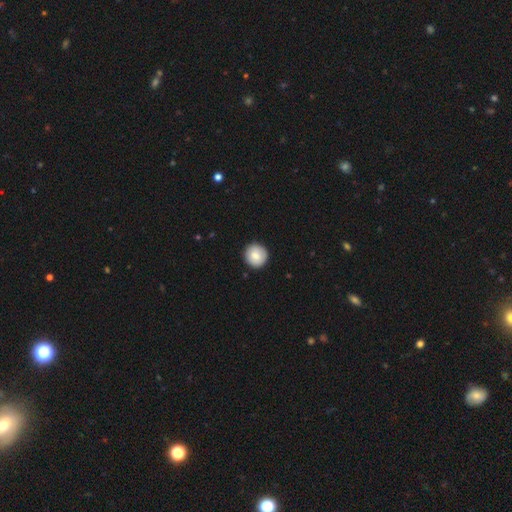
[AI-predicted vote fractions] A smooth galaxy with no disk features (82%) that is round (95%). Merging: none (91%).